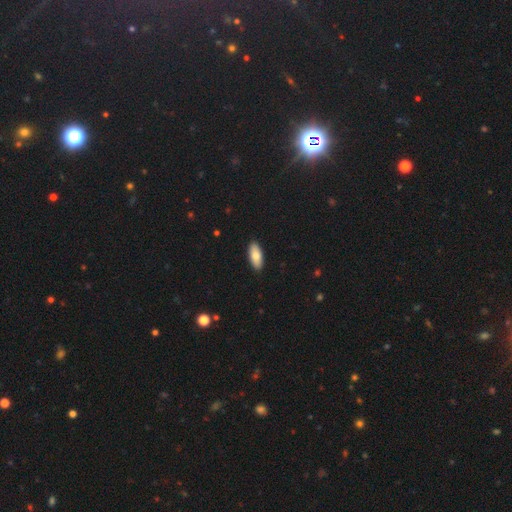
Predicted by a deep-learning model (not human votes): Q: Smooth or featured?
A: smooth (81%); runner-up: featured or disk (13%)
Q: How rounded?
A: in between (85%); runner-up: cigar-shaped (13%)
Q: Merging?
A: none (90%); runner-up: minor disturbance (7%)